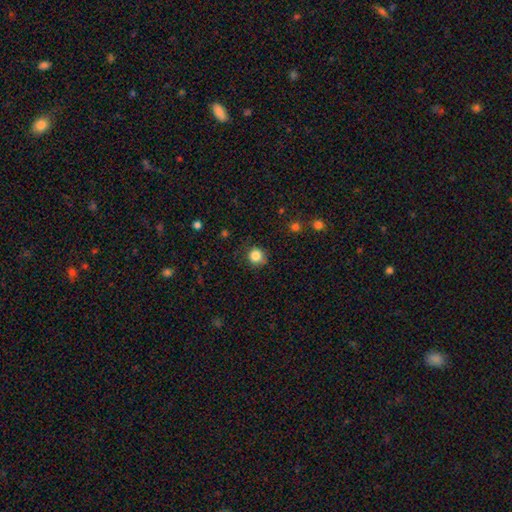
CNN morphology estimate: The model was most divided on "merging": none: 80%, minor disturbance: 14%, major disturbance: 4%, merger: 2%. More confident: how rounded — round (92%); smooth or featured — smooth (85%).